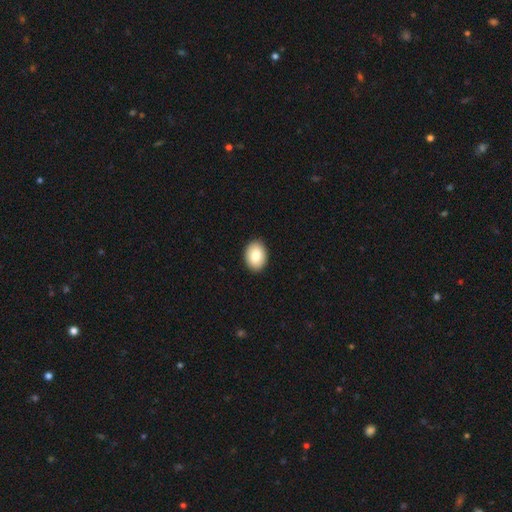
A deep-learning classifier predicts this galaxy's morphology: smooth_or_featured: smooth (p=0.83) [alt: featured or disk p=0.10]
how_rounded: in between (p=0.76) [alt: round p=0.23]
merging: none (p=0.90) [alt: minor disturbance p=0.07]